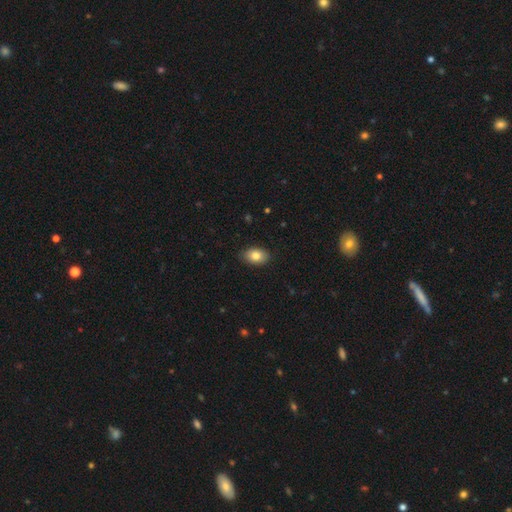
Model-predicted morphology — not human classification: Overall: smooth (83%). How rounded: in between (86%). Merging: none (87%).